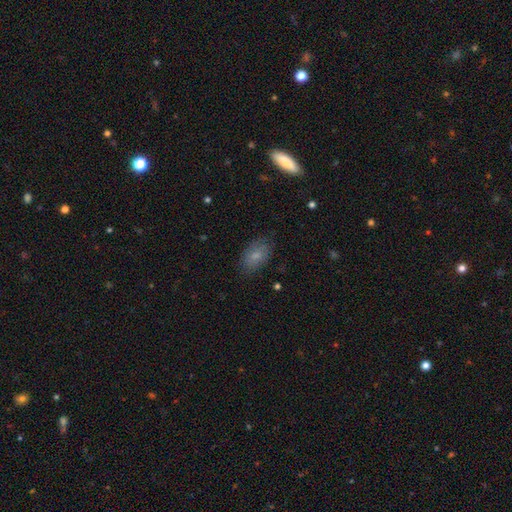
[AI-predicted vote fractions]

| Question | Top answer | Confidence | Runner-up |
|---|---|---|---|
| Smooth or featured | smooth | 78% | featured or disk (14%) |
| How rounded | in between | 91% | round (7%) |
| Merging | none | 80% | minor disturbance (15%) |